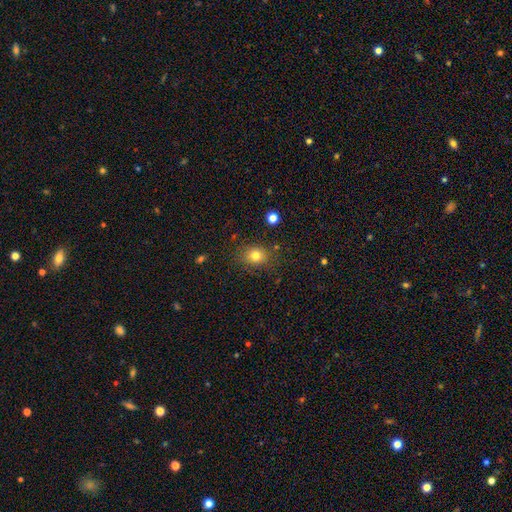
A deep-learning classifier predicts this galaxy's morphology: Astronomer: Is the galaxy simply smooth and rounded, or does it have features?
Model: smooth — 77%.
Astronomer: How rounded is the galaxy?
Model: round — 63%.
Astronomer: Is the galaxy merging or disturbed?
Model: none — 81%.